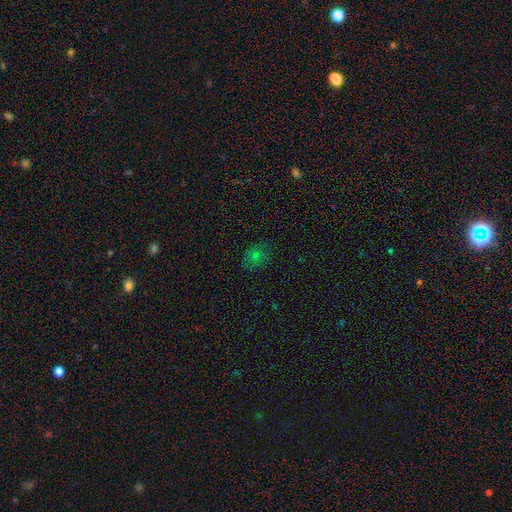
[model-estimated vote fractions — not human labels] Smooth or featured?
  - smooth: 54% *
  - star or artifact: 30%
  - featured or disk: 17%
How rounded?
  - round: 63% *
  - in between: 36%
  - cigar-shaped: 1%
Merging?
  - none: 79% *
  - minor disturbance: 14%
  - major disturbance: 5%
  - merger: 1%